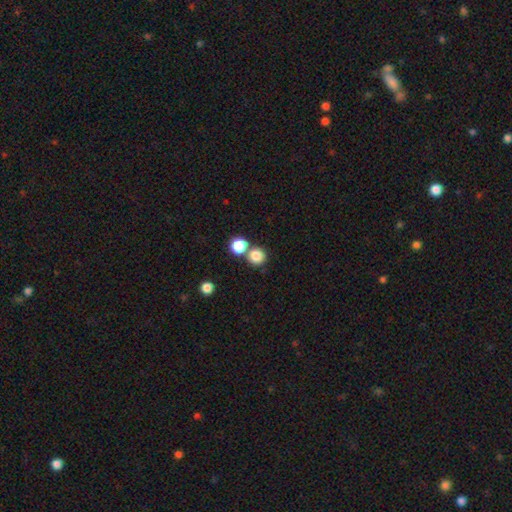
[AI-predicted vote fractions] A smooth galaxy with no disk features (84%) that is round (91%).

Vote fractions:
- Smooth or featured? smooth: 84% / star or artifact: 11% / featured or disk: 5%
- How rounded? round: 91% / in between: 8% / cigar-shaped: 1%
- Merging? none: 60% / merger: 31% / minor disturbance: 7% / major disturbance: 3%